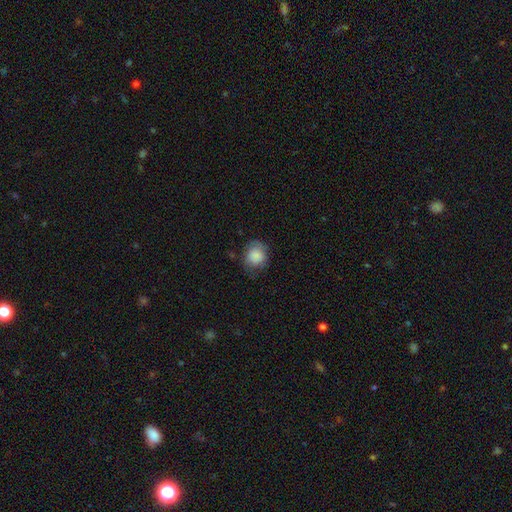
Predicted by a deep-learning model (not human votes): The model was most divided on "merging": none: 60%, minor disturbance: 27%, major disturbance: 12%, merger: 1%. More confident: smooth or featured — smooth (78%); how rounded — round (73%).